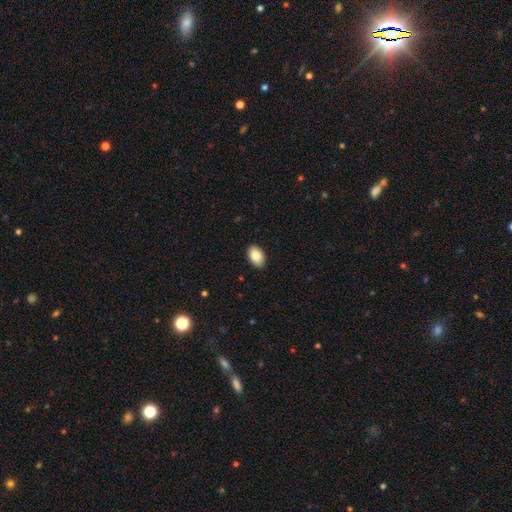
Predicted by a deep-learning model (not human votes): A smooth galaxy with no disk features (87%) that is in between round and cigar-shaped (90%).

Vote fractions:
- Smooth or featured? smooth: 87% / star or artifact: 7% / featured or disk: 6%
- How rounded? in between: 90% / round: 9% / cigar-shaped: 1%
- Merging? none: 89% / minor disturbance: 8% / major disturbance: 2% / merger: 1%